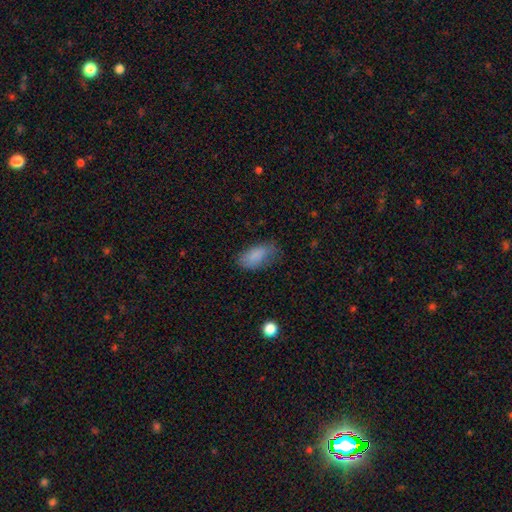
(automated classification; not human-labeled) smooth_or_featured: smooth (p=0.85) [alt: star or artifact p=0.08]
how_rounded: in between (p=0.92) [alt: cigar-shaped p=0.05]
merging: none (p=0.62) [alt: minor disturbance p=0.28]